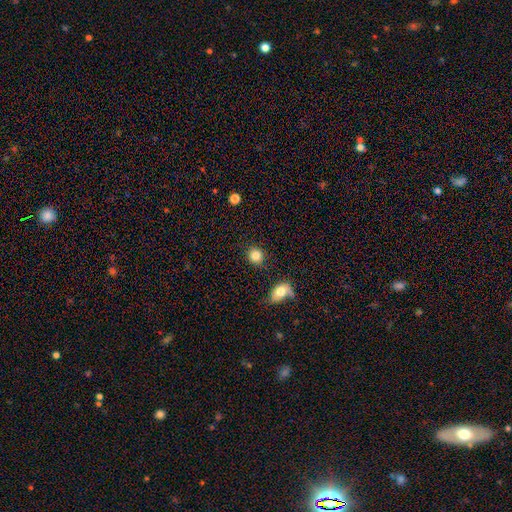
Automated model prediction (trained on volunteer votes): Smooth or featured?
  - smooth: 85% *
  - star or artifact: 10%
  - featured or disk: 6%
How rounded?
  - round: 82% *
  - in between: 17%
  - cigar-shaped: 1%
Merging?
  - none: 84% *
  - minor disturbance: 8%
  - merger: 4%
  - major disturbance: 3%